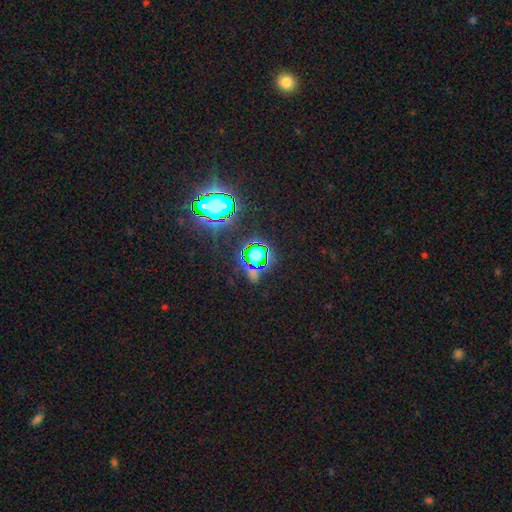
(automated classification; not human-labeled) A star or artifact, not a galaxy (65%).

Vote fractions:
- Smooth or featured? star or artifact: 65% / smooth: 24% / featured or disk: 11%